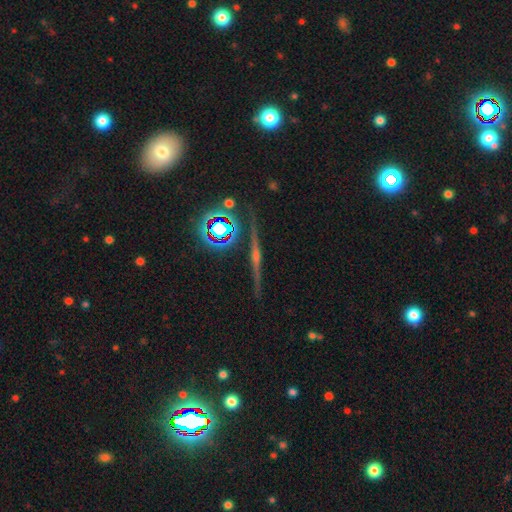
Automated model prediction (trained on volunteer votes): A featured or disk galaxy (69%) viewed edge-on (96%) with a rounded central bulge (78%).

Vote fractions:
- Smooth or featured? featured or disk: 69% / star or artifact: 19% / smooth: 12%
- Edge-on disk? yes: 96% / no: 4%
- Edge-on bulge? rounded: 78% / none: 12% / boxy: 10%
- Merging? none: 89% / minor disturbance: 7% / major disturbance: 2% / merger: 2%